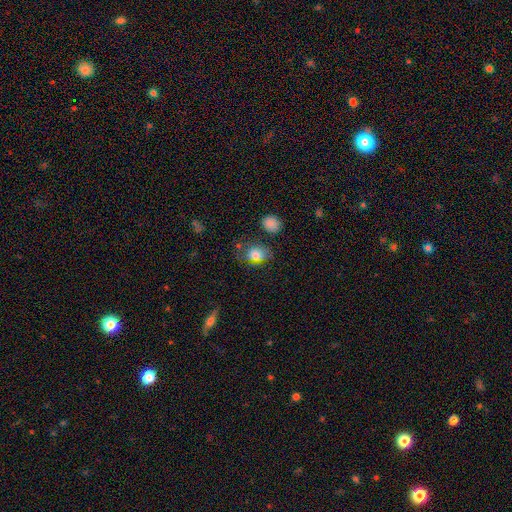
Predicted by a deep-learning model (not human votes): smooth 76%, star or artifact 14%, featured or disk 10%. Down the decision tree: how rounded — in between (65%); merging — none (61%).